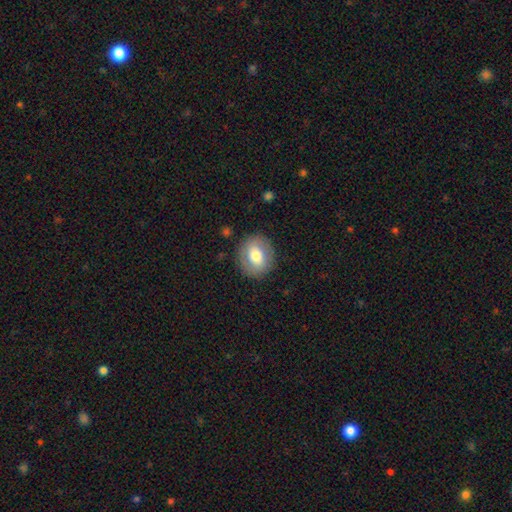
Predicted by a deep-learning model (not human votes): smooth_or_featured: smooth (p=0.64) [alt: featured or disk p=0.28]
how_rounded: round (p=0.66) [alt: in between p=0.33]
merging: none (p=0.85) [alt: minor disturbance p=0.10]